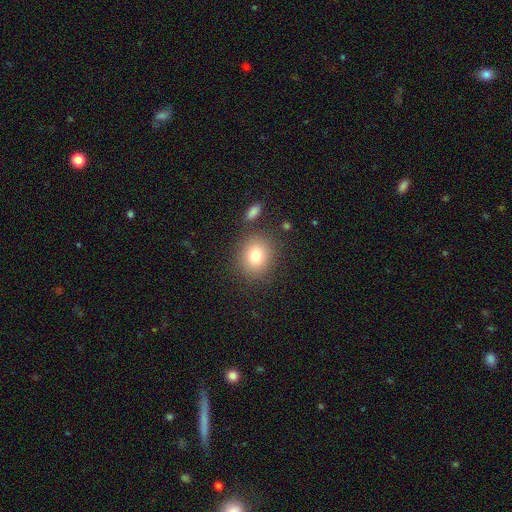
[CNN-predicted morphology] Smooth or featured? smooth (79%)
How rounded? round (74%)
Merging? none (82%)